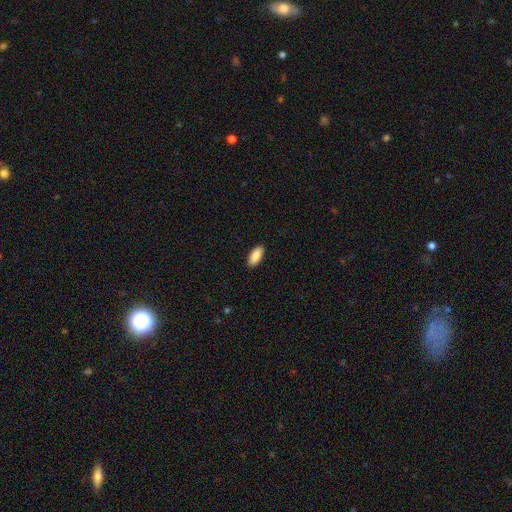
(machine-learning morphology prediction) smooth-or-featured: smooth: 90% | star or artifact: 6% | featured or disk: 4%
  how-rounded: in between: 89% | cigar-shaped: 9% | round: 2%
  merging: none: 90% | minor disturbance: 7% | major disturbance: 2% | merger: 1%